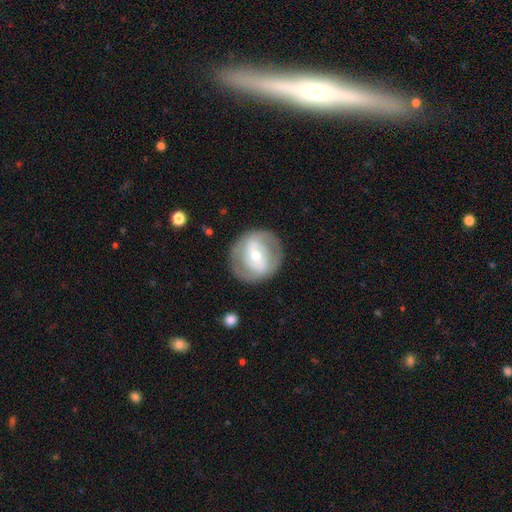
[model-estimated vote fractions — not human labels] This appears to be a featured or disk galaxy (65%) with a weak bar (37%), no spiral arms (51%) and a moderate central bulge (56%). Merging: none (82%).